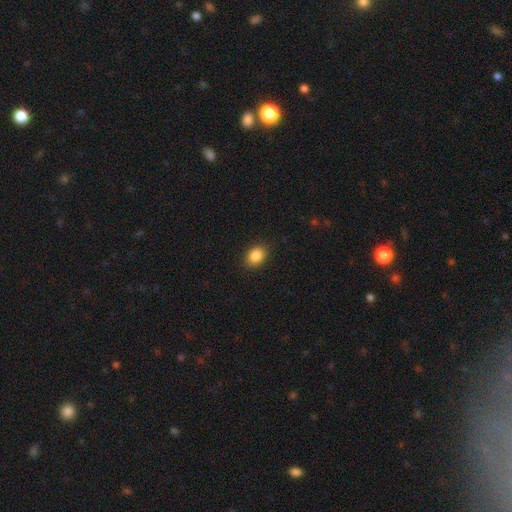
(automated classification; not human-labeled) A smooth galaxy with no disk features (87%) that is in between round and cigar-shaped (68%).

Vote fractions:
- Smooth or featured? smooth: 87% / star or artifact: 9% / featured or disk: 4%
- How rounded? in between: 68% / round: 31% / cigar-shaped: 1%
- Merging? none: 88% / minor disturbance: 9% / major disturbance: 2% / merger: 1%